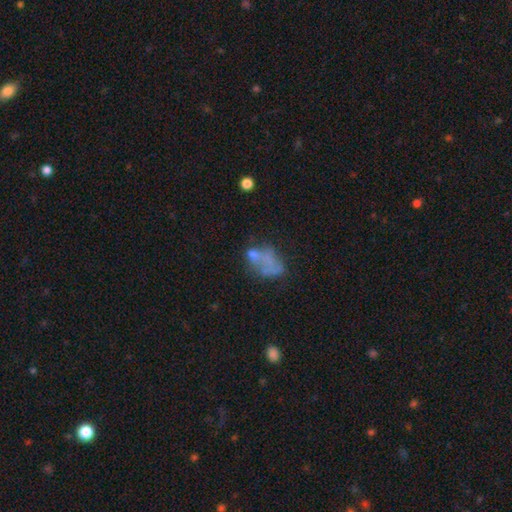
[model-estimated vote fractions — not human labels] A smooth galaxy with no disk features (42%, tied with featured or disk).

Vote fractions:
- Smooth or featured? smooth: 42% (tied) / featured or disk: 42% (tied) / star or artifact: 16%
- Merging? none: 34% / major disturbance: 25% / merger: 21% / minor disturbance: 20%